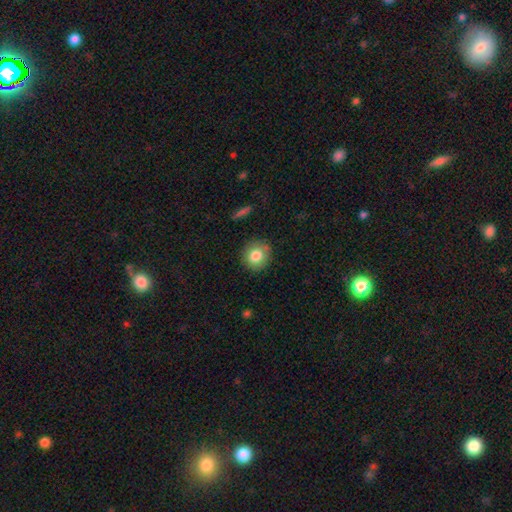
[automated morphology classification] A smooth galaxy with no disk features (81%) that is round (86%).

Vote fractions:
- Smooth or featured? smooth: 81% / featured or disk: 10% / star or artifact: 9%
- How rounded? round: 86% / in between: 13% / cigar-shaped: 1%
- Merging? none: 84% / minor disturbance: 11% / major disturbance: 3% / merger: 2%